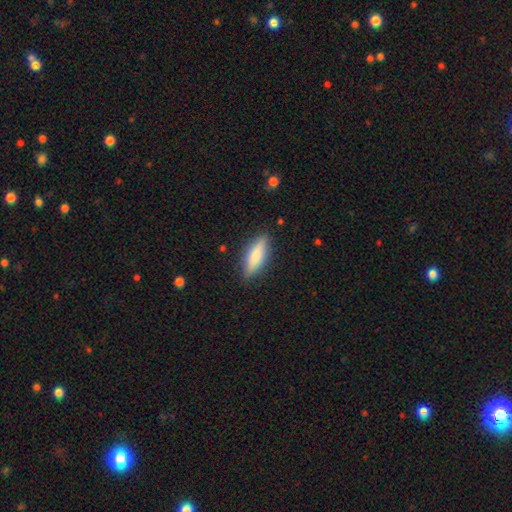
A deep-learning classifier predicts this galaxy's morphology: Smooth or featured: smooth — 71% (featured or disk — 23%)
How rounded: cigar-shaped — 53% (in between — 45%)
Merging: none — 85% (minor disturbance — 12%)